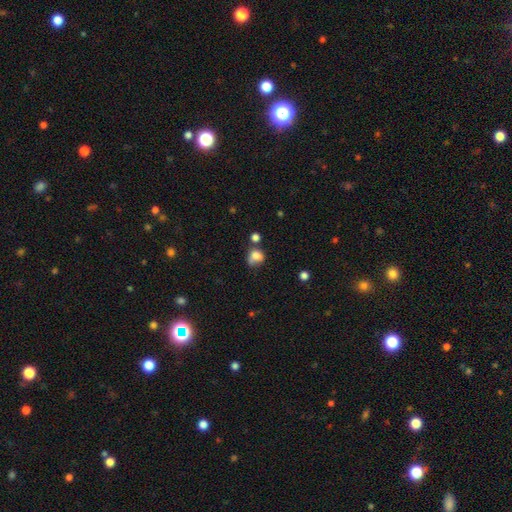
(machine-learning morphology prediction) This is likely a smooth galaxy (76%). How rounded: likely round (62%). Merging: marginally none (38%).